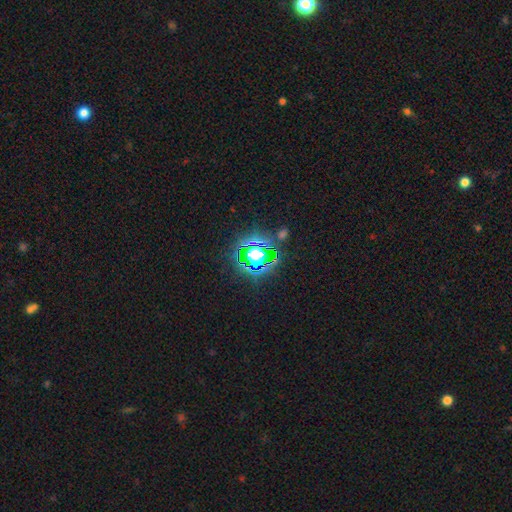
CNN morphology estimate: Smooth or featured? star or artifact (56%)